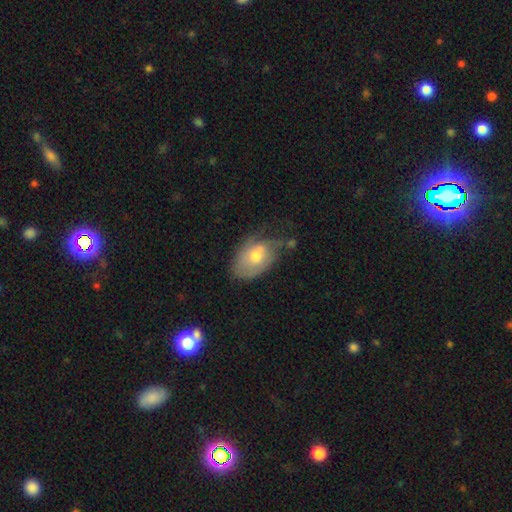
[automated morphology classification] smooth_or_featured: smooth (p=0.53) [alt: featured or disk p=0.40]
how_rounded: in between (p=0.86) [alt: round p=0.12]
merging: none (p=0.38) [tied with: minor disturbance p=0.38]